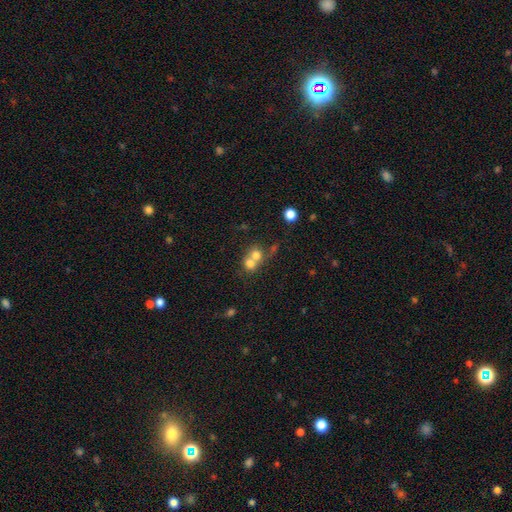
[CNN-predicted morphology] This appears to be a smooth galaxy with no disk features (70%) that is round (80%). Merging: merger (67%).